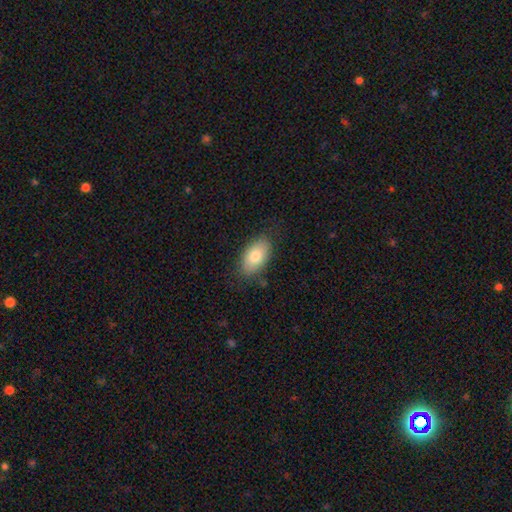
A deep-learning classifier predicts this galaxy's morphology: type=smooth (78%); roundness=in between (93%); merging=none (80%).